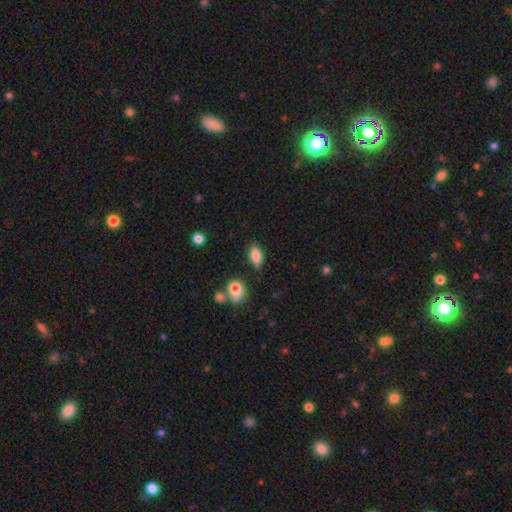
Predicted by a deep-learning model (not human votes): Morphology: type=smooth (81%); roundness=in between (87%); merging=none (77%).